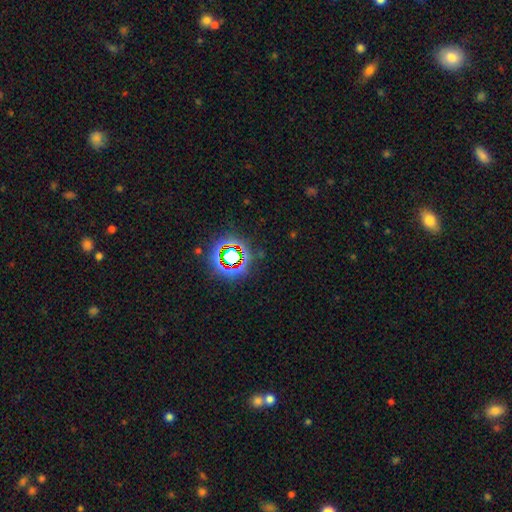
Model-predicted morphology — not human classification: This appears to be a star or artifact, not a galaxy (62%).